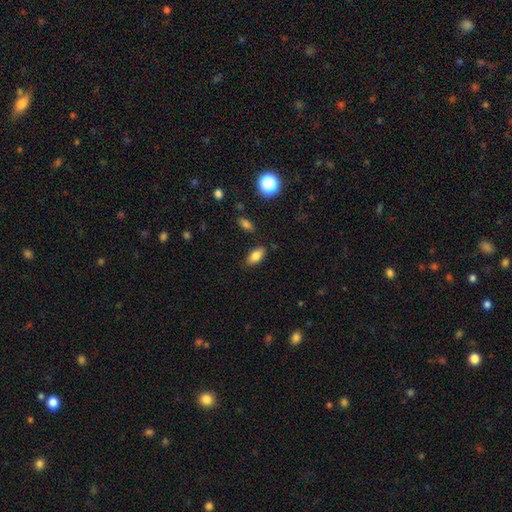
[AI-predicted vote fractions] A smooth galaxy with no disk features (81%) that is in between round and cigar-shaped (89%). Merging: none (84%).